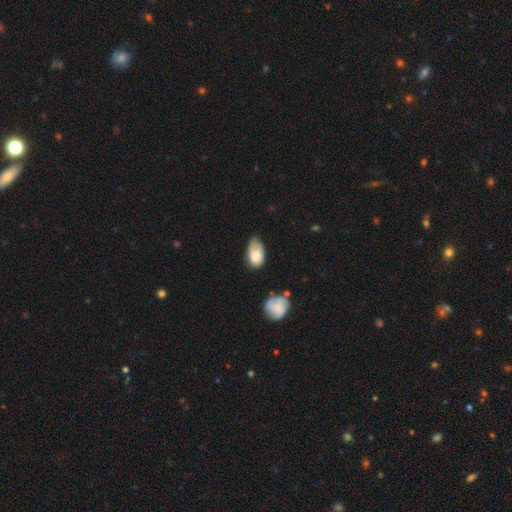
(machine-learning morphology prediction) Smooth or featured?
  - smooth: 77% *
  - featured or disk: 16%
  - star or artifact: 7%
How rounded?
  - in between: 91% *
  - round: 8%
  - cigar-shaped: 2%
Merging?
  - minor disturbance: 46% *
  - none: 34%
  - major disturbance: 16%
  - merger: 4%